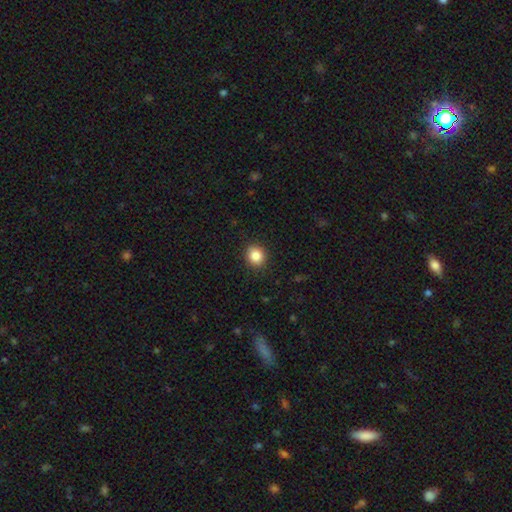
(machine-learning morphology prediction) smooth-or-featured: smooth: 86% | star or artifact: 10% | featured or disk: 4%
  how-rounded: round: 81% | in between: 19% | cigar-shaped: 1%
  merging: none: 91% | minor disturbance: 6% | major disturbance: 2% | merger: 1%